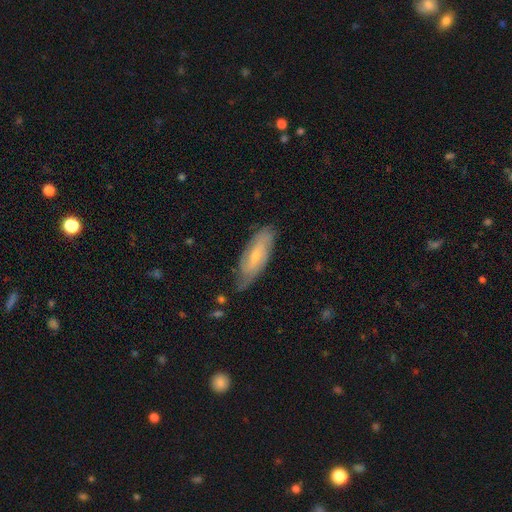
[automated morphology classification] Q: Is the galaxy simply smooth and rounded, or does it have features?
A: featured or disk — 62%.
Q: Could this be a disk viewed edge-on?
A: no — 81%.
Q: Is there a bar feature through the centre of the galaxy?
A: no — 45%.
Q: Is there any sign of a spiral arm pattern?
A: yes — 85%.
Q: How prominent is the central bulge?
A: small — 61%.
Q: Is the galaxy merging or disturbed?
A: none — 72%.